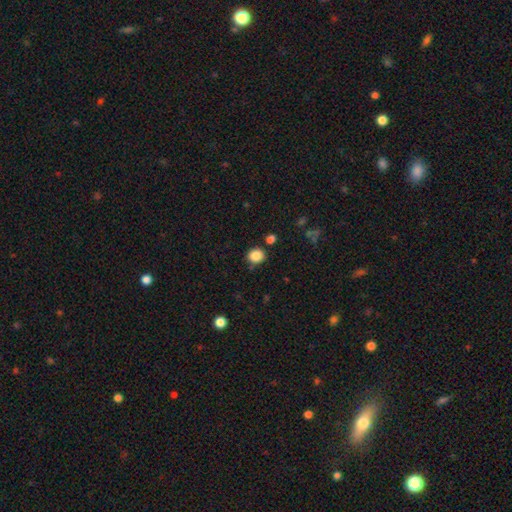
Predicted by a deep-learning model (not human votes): Smooth or featured? Predicted: smooth (p=0.86). How rounded? Predicted: round (p=0.77). Merging? Predicted: none (p=0.82).